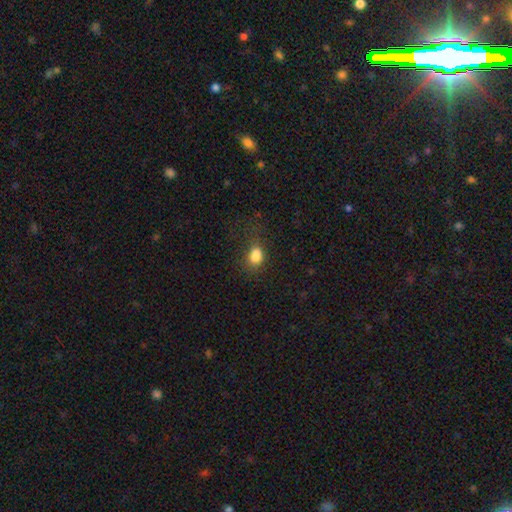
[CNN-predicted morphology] This is clearly a smooth galaxy (82%). How rounded: likely in between (63%). Merging: possibly none (55%).